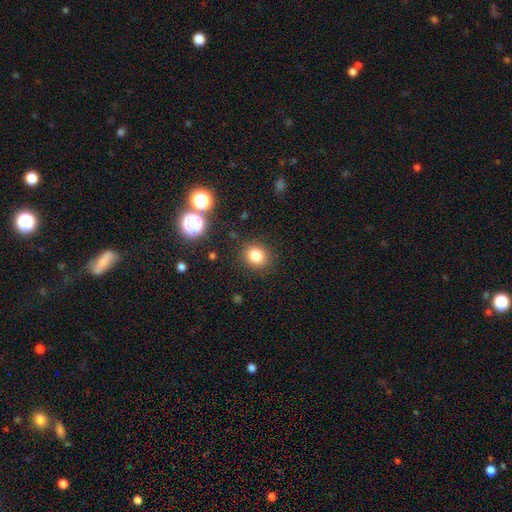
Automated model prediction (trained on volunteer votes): Overall: smooth (81%). How rounded: round (82%). Merging: none (88%).